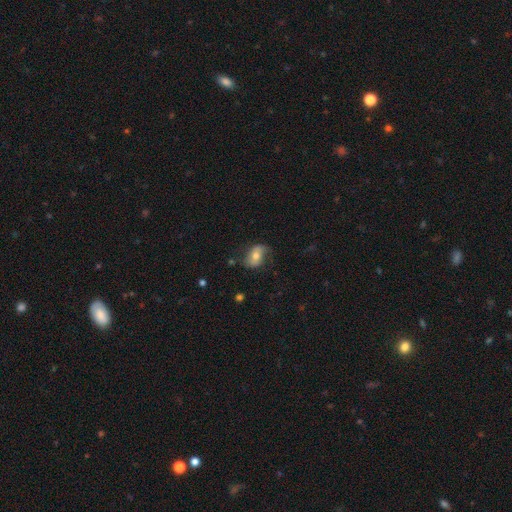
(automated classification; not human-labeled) smooth 51%, featured or disk 41%, star or artifact 9%. Down the decision tree: how rounded — in between (81%); merging — none (61%).